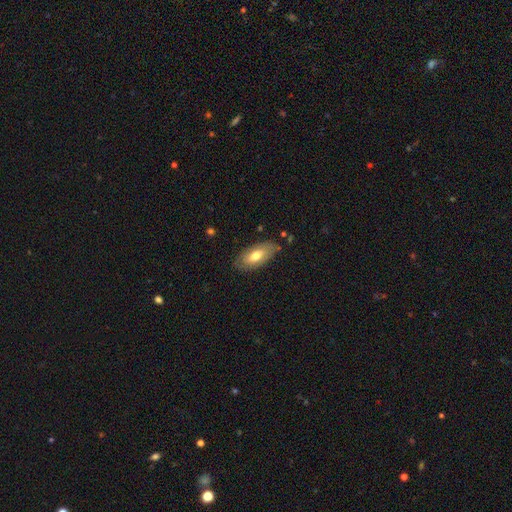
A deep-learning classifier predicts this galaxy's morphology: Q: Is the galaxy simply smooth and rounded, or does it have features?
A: smooth — 64%.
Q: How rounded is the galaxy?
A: in between — 89%.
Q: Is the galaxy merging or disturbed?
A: none — 79%.